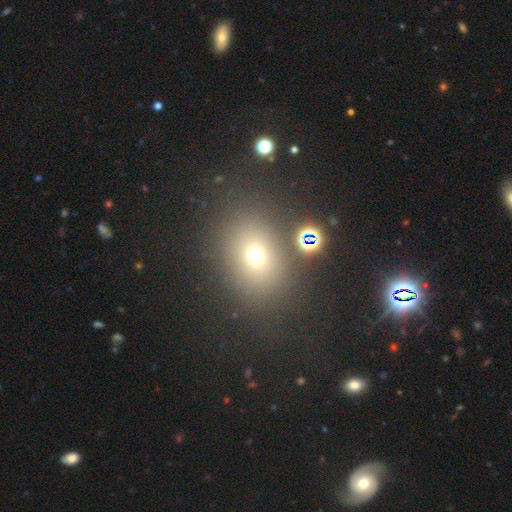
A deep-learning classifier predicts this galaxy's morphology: Overall: smooth (65%). How rounded: in between (51%; round 47%). Merging: none (80%).